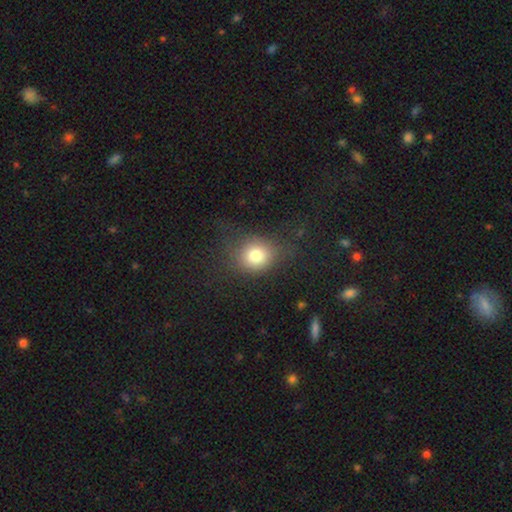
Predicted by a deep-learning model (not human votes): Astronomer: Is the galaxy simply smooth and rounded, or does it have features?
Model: smooth — 77%.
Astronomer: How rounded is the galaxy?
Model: round — 74%.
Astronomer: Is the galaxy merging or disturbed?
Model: none — 69%.